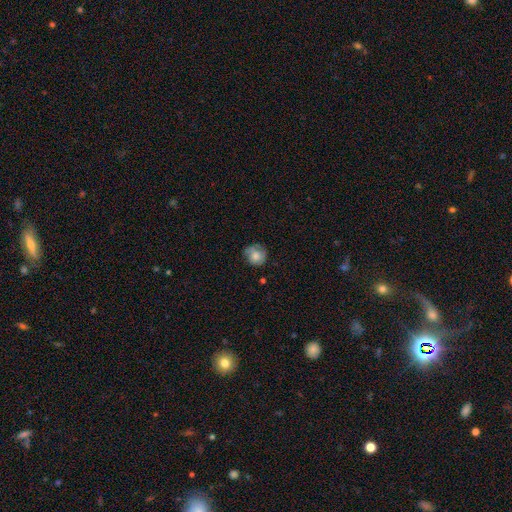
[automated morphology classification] smooth_or_featured: smooth (p=0.71) [alt: featured or disk p=0.21]
how_rounded: round (p=0.83) [alt: in between p=0.16]
merging: none (p=0.61) [alt: minor disturbance p=0.27]